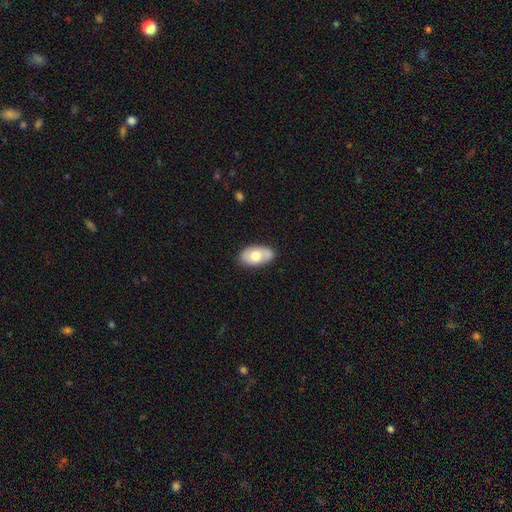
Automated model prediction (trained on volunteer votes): Smooth or featured? Predicted: smooth (p=0.65). How rounded? Predicted: in between (p=0.93). Merging? Predicted: none (p=0.76).